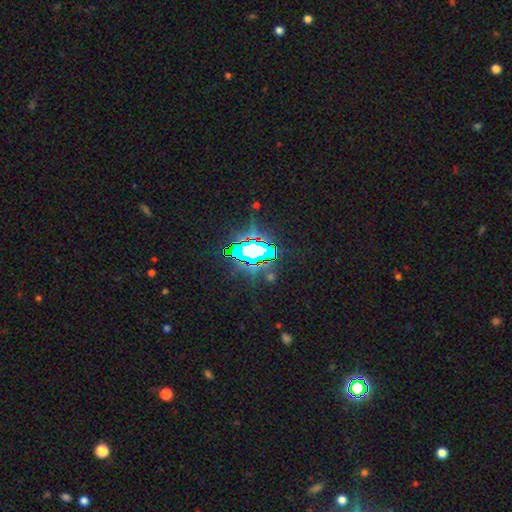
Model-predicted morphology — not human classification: A star or artifact, not a galaxy (71%).